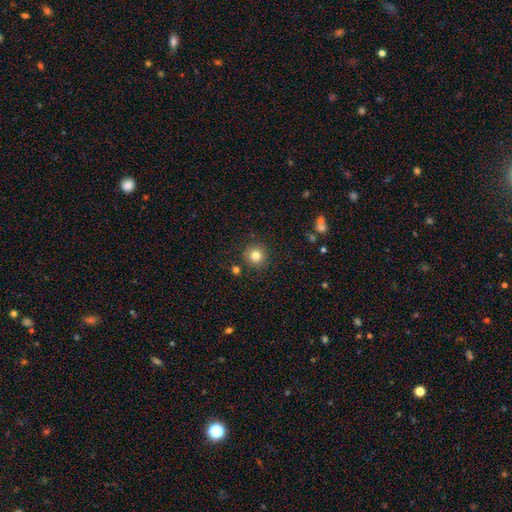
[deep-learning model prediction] Smooth or featured? smooth (81%)
How rounded? round (94%)
Merging? none (87%)